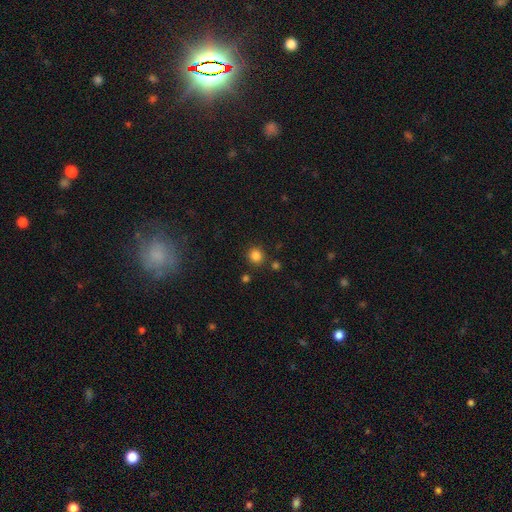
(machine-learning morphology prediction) smooth_or_featured: smooth (p=0.83) [alt: star or artifact p=0.13]
how_rounded: round (p=0.89) [alt: in between p=0.10]
merging: none (p=0.85) [alt: minor disturbance p=0.08]